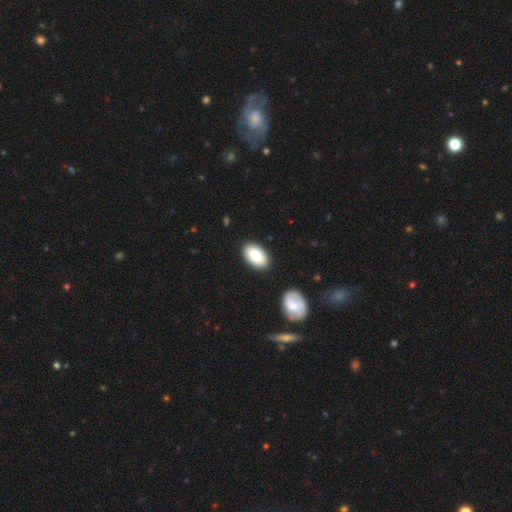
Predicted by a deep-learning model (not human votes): Smooth or featured? smooth (86%)
How rounded? in between (93%)
Merging? none (87%)